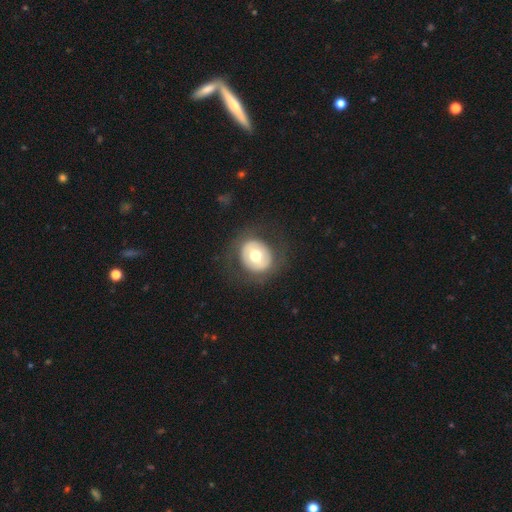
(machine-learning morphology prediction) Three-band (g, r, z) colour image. It shows a smooth galaxy with no disk features (53%) that is round (79%). Merging: none (79%).